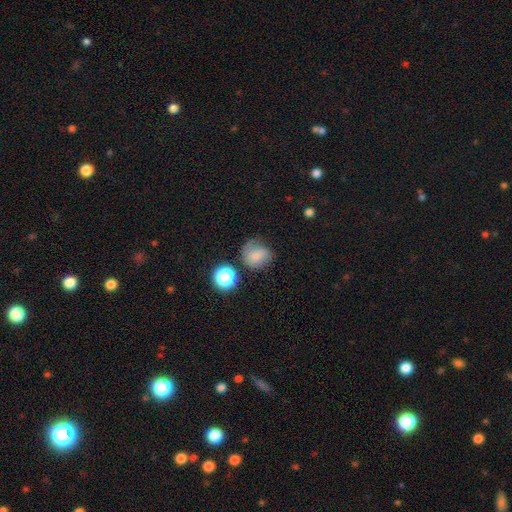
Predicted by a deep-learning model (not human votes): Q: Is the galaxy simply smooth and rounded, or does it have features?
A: smooth — 67%.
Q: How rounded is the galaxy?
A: round — 77%.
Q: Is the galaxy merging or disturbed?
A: none — 52%.